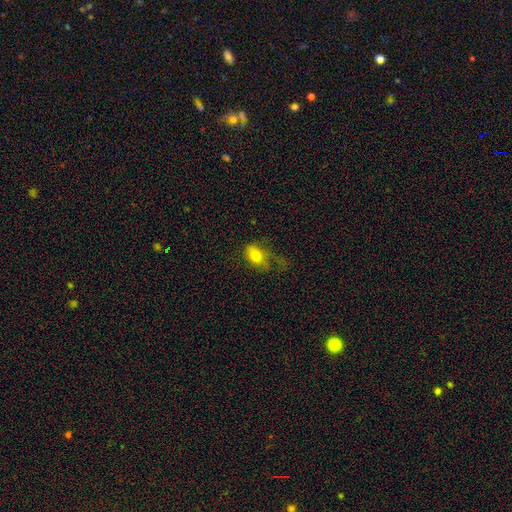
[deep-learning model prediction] smooth 74%, featured or disk 17%, star or artifact 9%. Down the decision tree: how rounded — in between (79%); merging — major disturbance (38%).